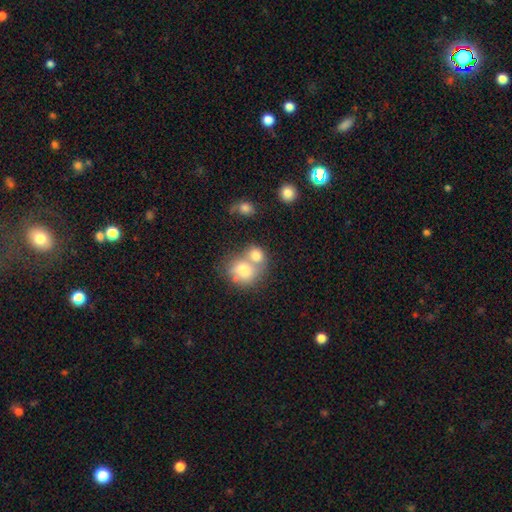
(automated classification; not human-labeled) The model was most divided on "how rounded": round: 59%, in between: 40%, cigar-shaped: 1%. More confident: smooth or featured — smooth (74%); merging — merger (60%).